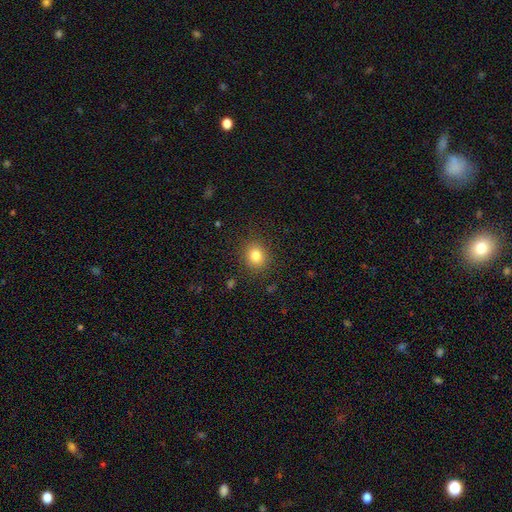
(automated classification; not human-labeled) Overall: smooth (81%). How rounded: round (71%). Merging: none (88%).